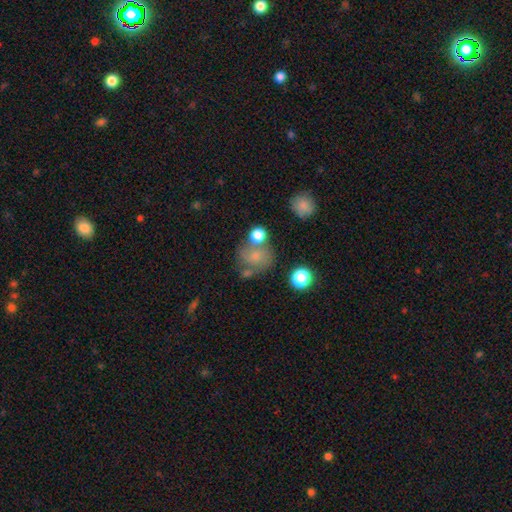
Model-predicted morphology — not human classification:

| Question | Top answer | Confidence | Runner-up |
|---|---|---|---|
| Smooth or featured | smooth | 63% | featured or disk (23%) |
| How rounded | round | 74% | in between (25%) |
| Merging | none | 51% | merger (19%) |